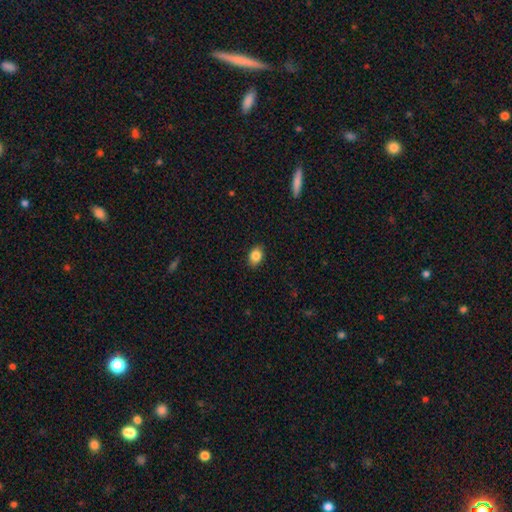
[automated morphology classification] Smooth or featured? smooth (86%)
How rounded? in between (74%)
Merging? none (88%)